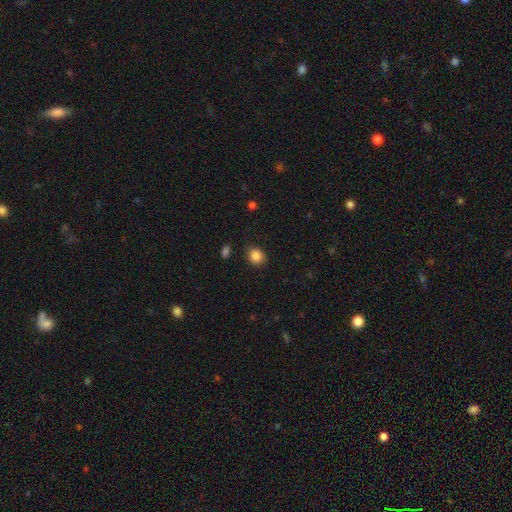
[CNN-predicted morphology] The model was most divided on "how rounded": round: 72%, in between: 27%, cigar-shaped: 1%. More confident: smooth or featured — smooth (87%); merging — none (86%).